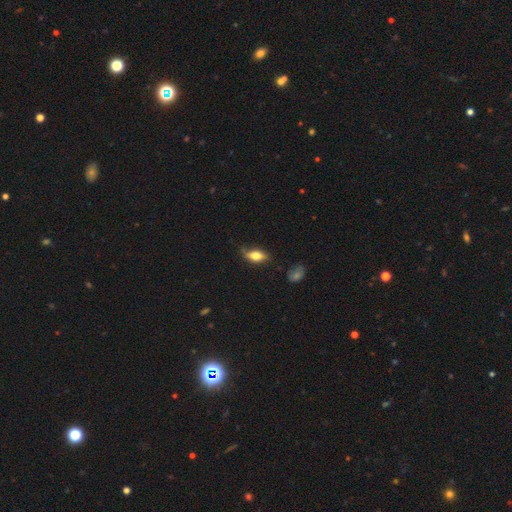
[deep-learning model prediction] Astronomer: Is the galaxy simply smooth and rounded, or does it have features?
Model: smooth — 69%.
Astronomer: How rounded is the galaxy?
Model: in between — 81%.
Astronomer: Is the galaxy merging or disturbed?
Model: none — 58%.